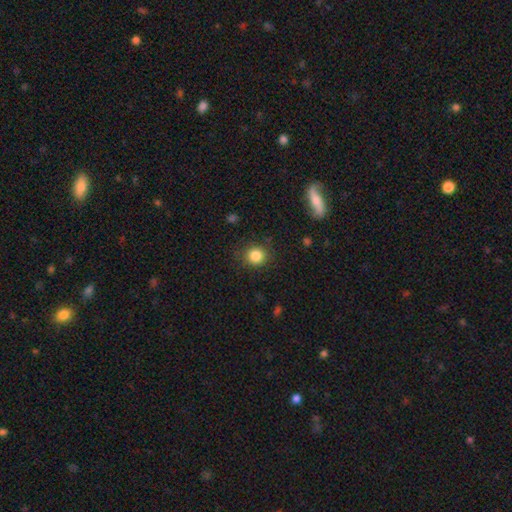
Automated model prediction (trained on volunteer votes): Morphology: type=smooth (84%); roundness=round (88%); merging=none (86%).